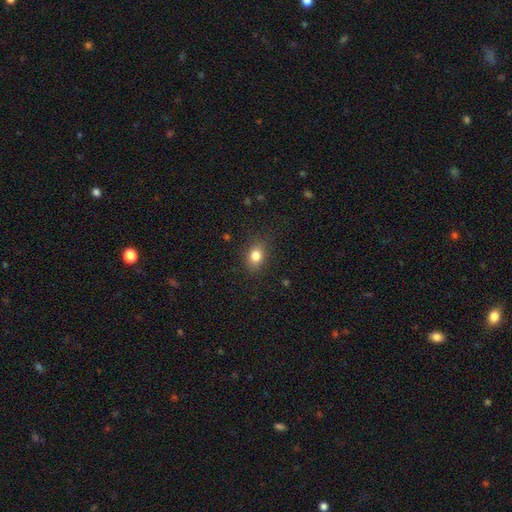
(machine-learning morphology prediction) Overall: smooth (81%). How rounded: in between (59%; round 40%). Merging: none (85%).